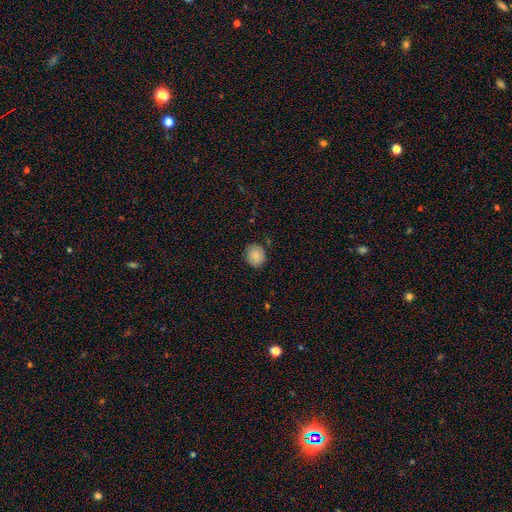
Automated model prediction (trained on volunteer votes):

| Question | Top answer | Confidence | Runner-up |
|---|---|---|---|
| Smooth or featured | smooth | 83% | featured or disk (9%) |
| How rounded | round | 67% | in between (32%) |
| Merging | none | 82% | minor disturbance (13%) |